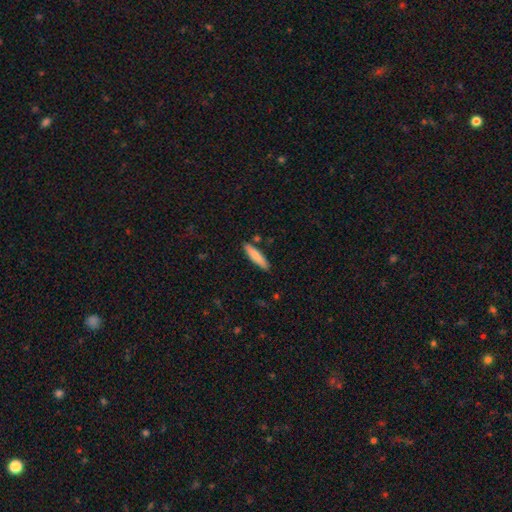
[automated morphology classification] A smooth galaxy with no disk features (82%) that is cigar-shaped (79%).

Vote fractions:
- Smooth or featured? smooth: 82% / featured or disk: 12% / star or artifact: 6%
- How rounded? cigar-shaped: 79% / in between: 20% / round: 1%
- Merging? none: 86% / minor disturbance: 10% / merger: 3% / major disturbance: 2%